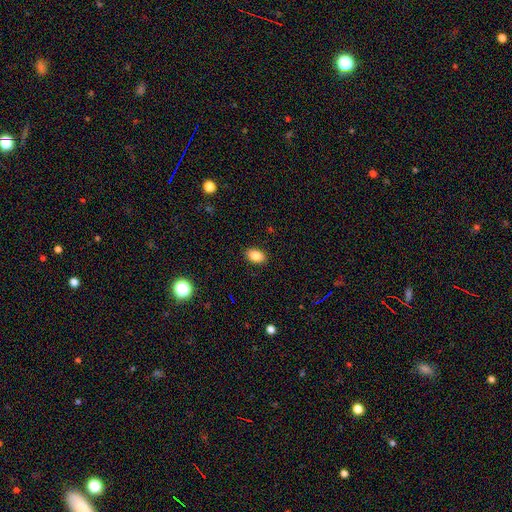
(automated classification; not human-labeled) Q: Smooth or featured?
A: smooth (85%); runner-up: star or artifact (9%)
Q: How rounded?
A: in between (86%); runner-up: round (13%)
Q: Merging?
A: none (89%); runner-up: minor disturbance (8%)